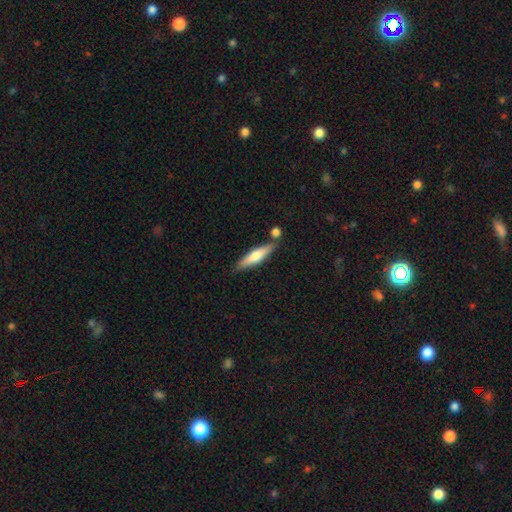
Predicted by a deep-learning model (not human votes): This appears to be a smooth galaxy with no disk features (58%) that is cigar-shaped (77%). Merging: none (75%).